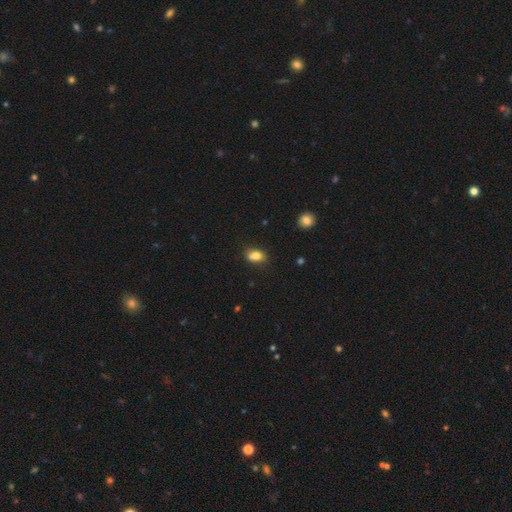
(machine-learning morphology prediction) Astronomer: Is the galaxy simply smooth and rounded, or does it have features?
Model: smooth — 77%.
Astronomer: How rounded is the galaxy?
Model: in between — 68%.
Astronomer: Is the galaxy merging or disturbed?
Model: none — 54%.